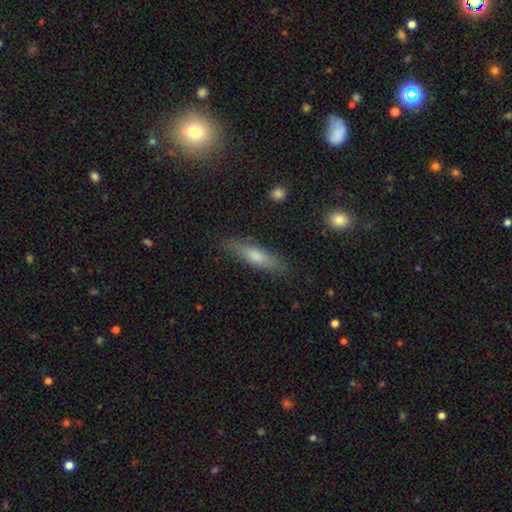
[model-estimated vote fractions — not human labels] Q: Smooth or featured?
A: smooth (60%); runner-up: featured or disk (32%)
Q: How rounded?
A: cigar-shaped (77%); runner-up: in between (20%)
Q: Merging?
A: none (85%); runner-up: minor disturbance (11%)